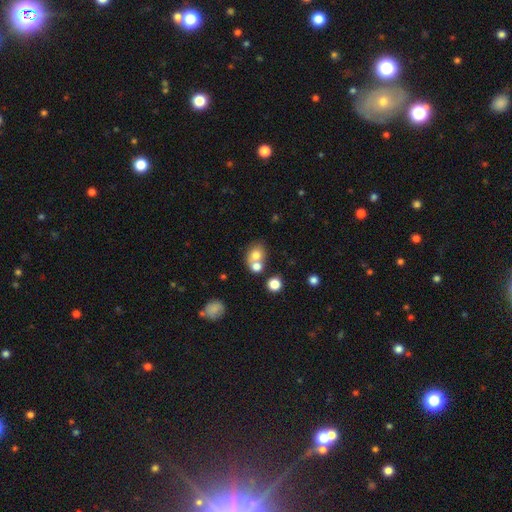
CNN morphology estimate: The model was most divided on "merging": merger: 47%, none: 40%, minor disturbance: 9%, major disturbance: 4%. More confident: smooth or featured — smooth (72%); how rounded — round (62%).